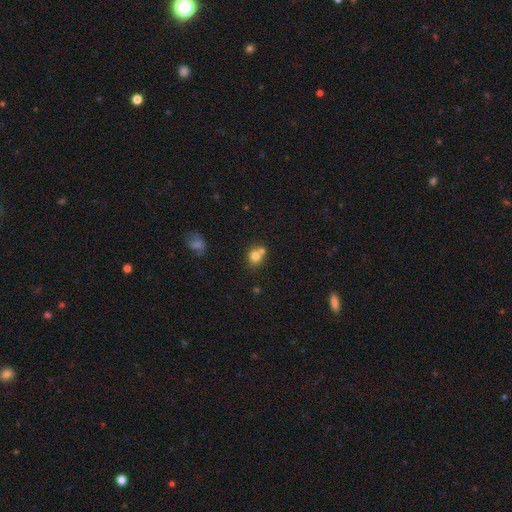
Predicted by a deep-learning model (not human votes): smooth-or-featured: smooth: 76% | featured or disk: 12% | star or artifact: 12%
  how-rounded: round: 77% | in between: 22% | cigar-shaped: 1%
  merging: none: 46% | merger: 43% | minor disturbance: 9% | major disturbance: 3%